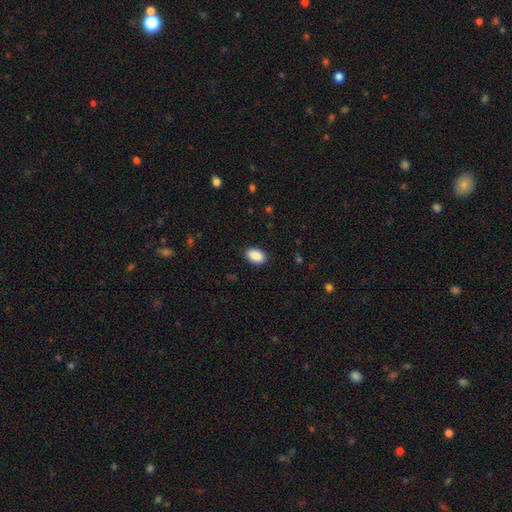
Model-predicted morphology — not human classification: A smooth galaxy with no disk features (90%) that is in between round and cigar-shaped (91%).

Vote fractions:
- Smooth or featured? smooth: 90% / star or artifact: 7% / featured or disk: 3%
- How rounded? in between: 91% / round: 7% / cigar-shaped: 1%
- Merging? none: 88% / minor disturbance: 8% / major disturbance: 2% / merger: 1%